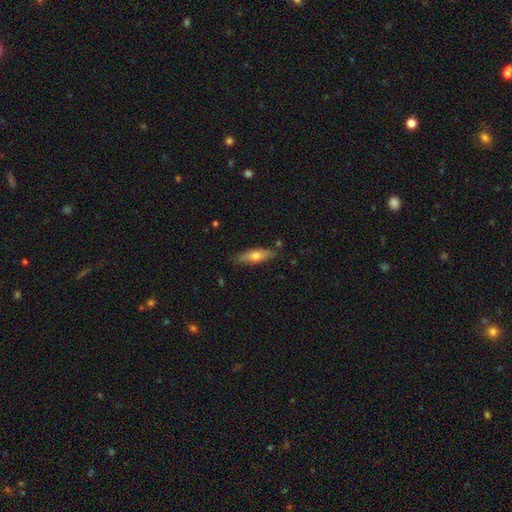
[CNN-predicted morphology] A smooth galaxy with no disk features (63%) that is cigar-shaped (53%).

Vote fractions:
- Smooth or featured? smooth: 63% / featured or disk: 30% / star or artifact: 6%
- How rounded? cigar-shaped: 53% / in between: 45% / round: 2%
- Merging? none: 80% / minor disturbance: 15% / major disturbance: 3% / merger: 3%